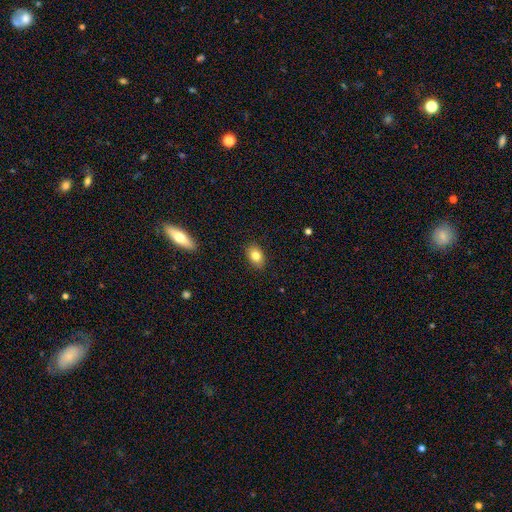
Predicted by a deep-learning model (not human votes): Smooth or featured? smooth (82%)
How rounded? in between (80%)
Merging? none (88%)